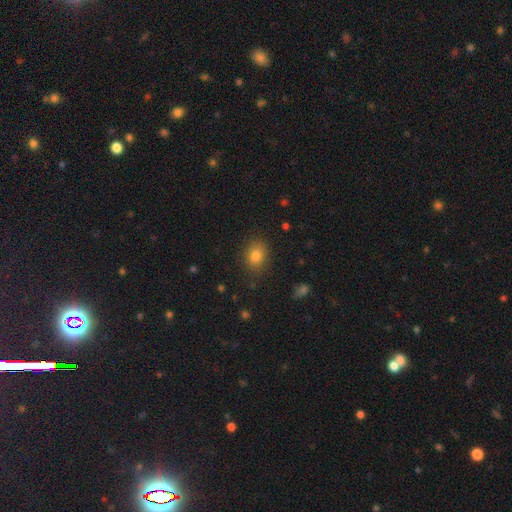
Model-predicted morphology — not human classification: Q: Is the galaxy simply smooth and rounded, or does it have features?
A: smooth — 80%.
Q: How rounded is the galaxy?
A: in between — 54%.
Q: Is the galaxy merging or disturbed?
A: none — 84%.